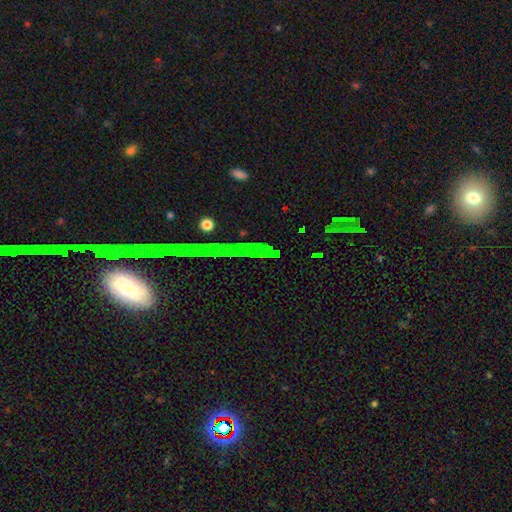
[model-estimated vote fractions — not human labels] The model was most divided on "smooth or featured": star or artifact: 58%, featured or disk: 24%, smooth: 19%.